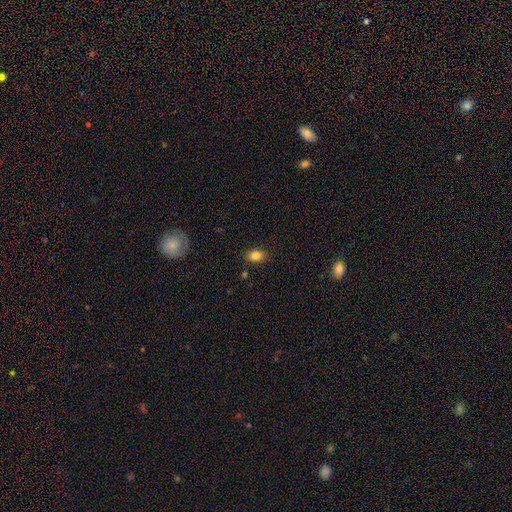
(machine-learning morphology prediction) Smooth or featured? Predicted: smooth (p=0.84). How rounded? Predicted: in between (p=0.77). Merging? Predicted: none (p=0.85).